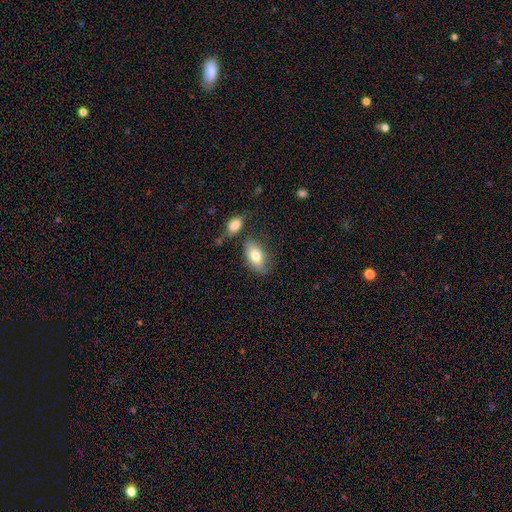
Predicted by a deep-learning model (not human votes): Q: Smooth or featured?
A: smooth (76%); runner-up: featured or disk (16%)
Q: How rounded?
A: in between (91%); runner-up: round (6%)
Q: Merging?
A: none (63%); runner-up: minor disturbance (19%)